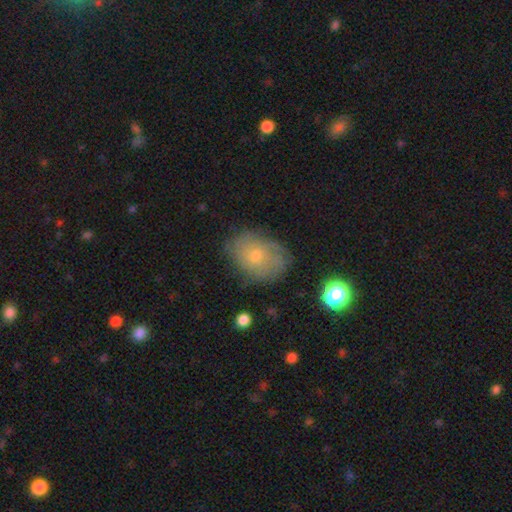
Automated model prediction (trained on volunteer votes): This is possibly a smooth galaxy (48%). Merging: likely none (72%).